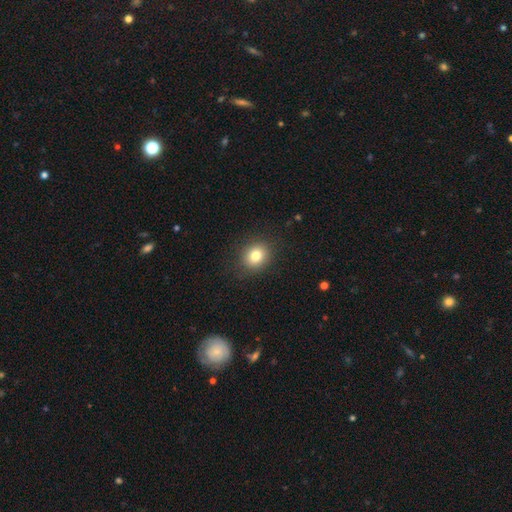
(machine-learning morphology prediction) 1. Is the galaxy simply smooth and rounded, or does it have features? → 80% smooth, 11% star or artifact, 8% featured or disk.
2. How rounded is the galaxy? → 70% round, 29% in between, 1% cigar-shaped.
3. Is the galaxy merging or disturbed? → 87% none, 9% minor disturbance, 3% major disturbance, 1% merger.